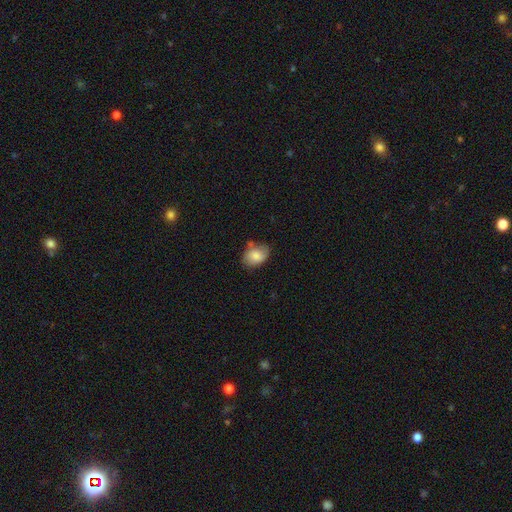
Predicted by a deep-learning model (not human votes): Smooth or featured?
  - smooth: 80% *
  - featured or disk: 13%
  - star or artifact: 7%
How rounded?
  - in between: 78% *
  - round: 21%
  - cigar-shaped: 1%
Merging?
  - none: 61% *
  - minor disturbance: 25%
  - merger: 8%
  - major disturbance: 6%